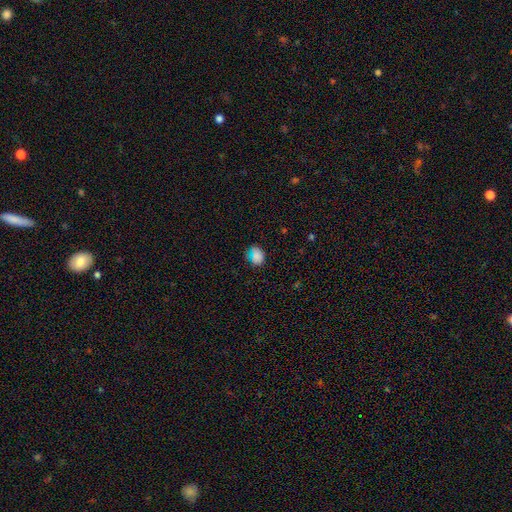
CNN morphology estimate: This is clearly a smooth galaxy (81%). How rounded: possibly in between (51%). Merging: possibly none (59%).